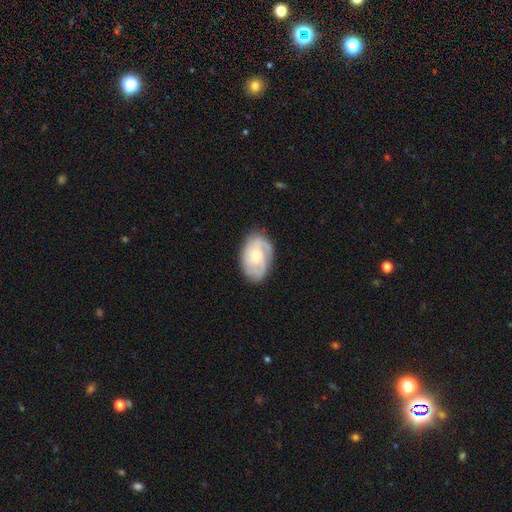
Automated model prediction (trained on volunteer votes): Smooth or featured?
  - featured or disk: 68% *
  - smooth: 27%
  - star or artifact: 6%
Edge-on disk?
  - no: 96% *
  - yes: 4%
Bar?
  - no: 73% *
  - weak: 24%
  - strong: 3%
Spiral arms?
  - yes: 90% *
  - no: 10%
Spiral winding?
  - tight: 51% *
  - medium: 37%
  - loose: 13%
Spiral arm count?
  - can't tell: 31% *
  - 2: 30%
  - 3: 24%
  - 1: 7%
  - 4: 5%
  - more than 4: 3%
Bulge size?
  - moderate: 48% *
  - small: 44%
  - large: 4%
  - none: 2%
  - dominant: 1%
Merging?
  - none: 73% *
  - minor disturbance: 19%
  - major disturbance: 6%
  - merger: 1%